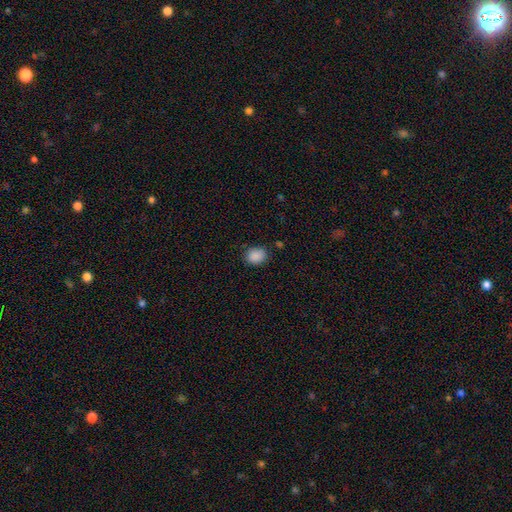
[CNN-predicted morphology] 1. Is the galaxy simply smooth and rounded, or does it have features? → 88% smooth, 9% star or artifact, 3% featured or disk.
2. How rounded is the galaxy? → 51% in between, 48% round, 1% cigar-shaped.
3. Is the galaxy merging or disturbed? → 79% none, 16% minor disturbance, 3% major disturbance, 2% merger.